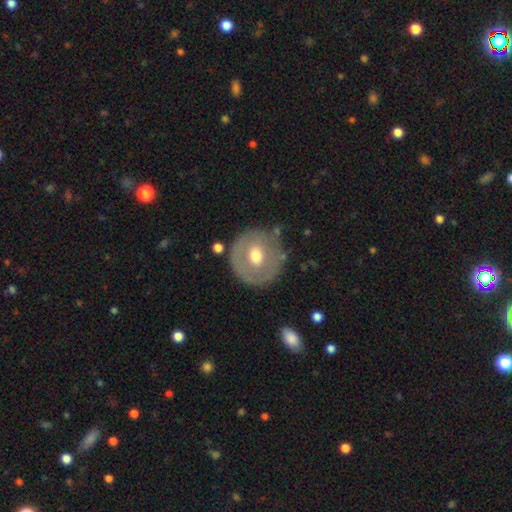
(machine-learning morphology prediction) Overall: smooth (49%; featured or disk 44%). Merging: none (74%).